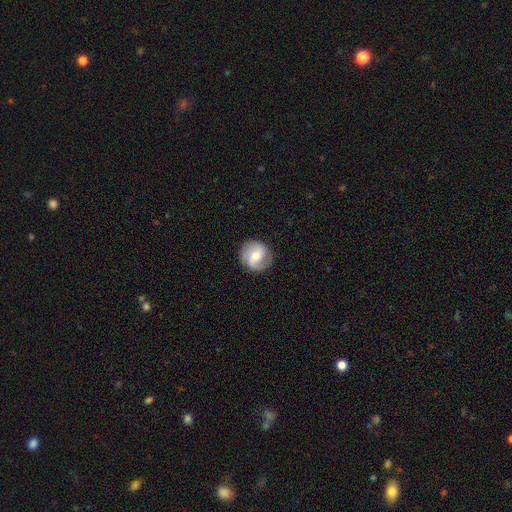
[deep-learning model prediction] smooth-or-featured: featured or disk: 62% | smooth: 31% | star or artifact: 7%
  disk-edge-on: no: 97% | yes: 3%
    bar: weak: 46% | no: 33% | strong: 22%
    has-spiral-arms: yes: 86% | no: 14%
      spiral-winding: medium: 43% | loose: 30% | tight: 27%
      spiral-arm-count: 2: 81% | can't tell: 8% | 1: 4% | 3: 4% | 4: 1% | more than 4: 1%
    bulge-size: moderate: 60% | small: 33% | large: 4% | none: 1% | dominant: 1%
  merging: none: 85% | minor disturbance: 10% | major disturbance: 4% | merger: 1%